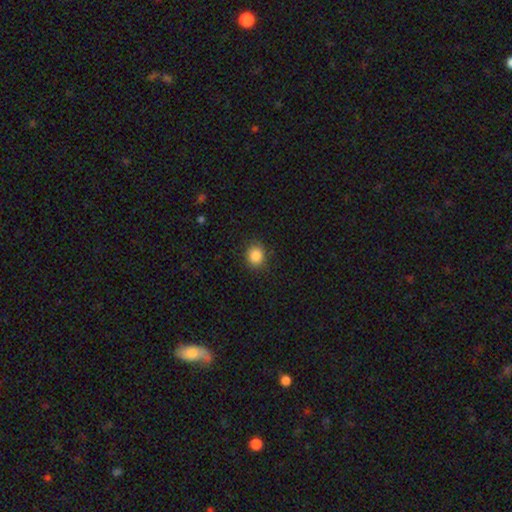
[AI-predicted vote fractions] Smooth or featured? Predicted: smooth (p=0.86). How rounded? Predicted: round (p=0.75). Merging? Predicted: none (p=0.88).